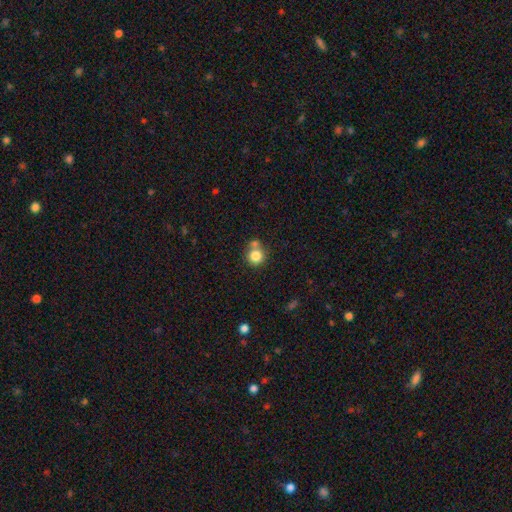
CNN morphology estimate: The model was most divided on "merging": none: 57%, merger: 30%, minor disturbance: 10%, major disturbance: 3%. More confident: how rounded — round (91%); smooth or featured — smooth (82%).